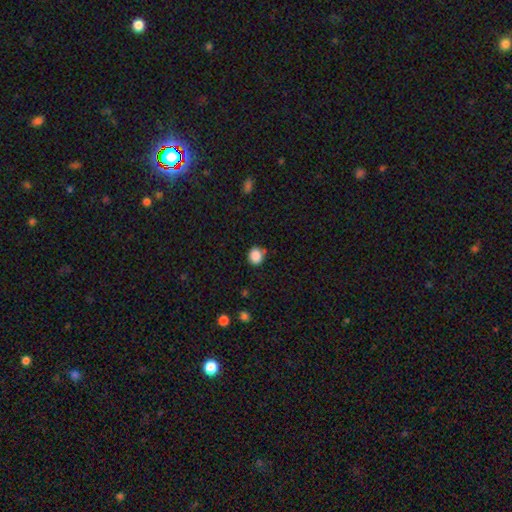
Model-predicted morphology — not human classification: type=smooth (87%); roundness=round (76%); merging=none (75%).